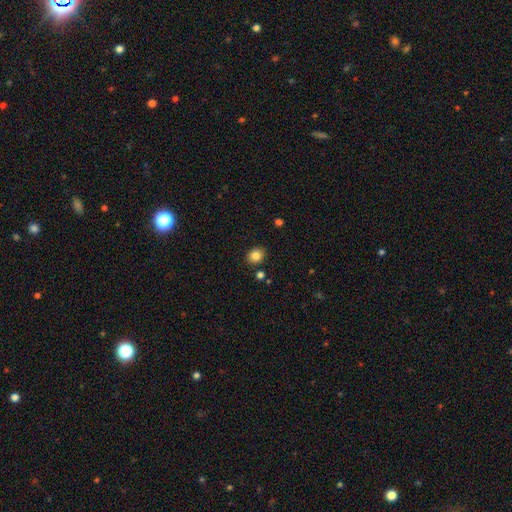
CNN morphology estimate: A smooth galaxy with no disk features (83%) that is round (61%).

Vote fractions:
- Smooth or featured? smooth: 83% / star or artifact: 10% / featured or disk: 7%
- How rounded? round: 61% / in between: 38% / cigar-shaped: 1%
- Merging? none: 86% / minor disturbance: 9% / merger: 3% / major disturbance: 2%